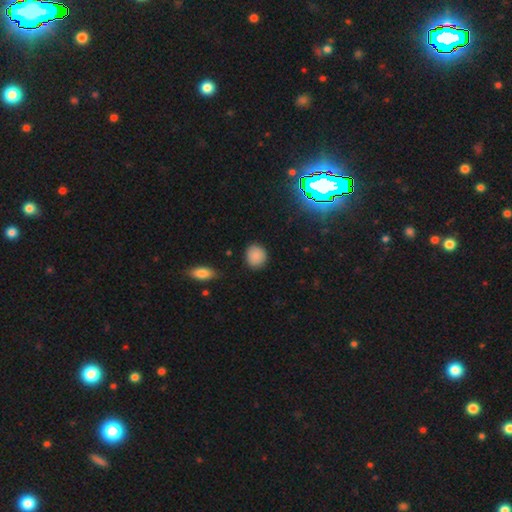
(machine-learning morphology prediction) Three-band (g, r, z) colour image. It shows a smooth galaxy with no disk features (85%) that is round (80%). Merging: none (86%).